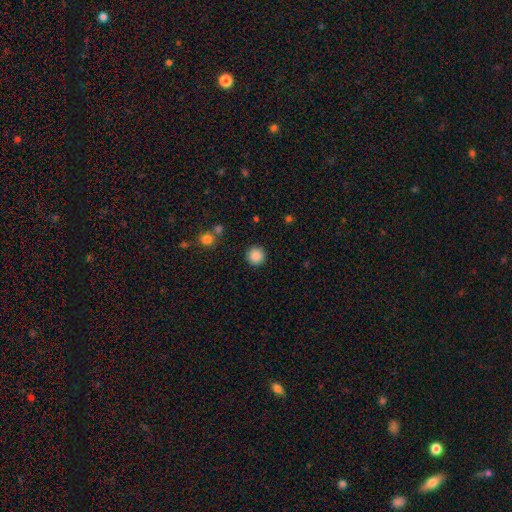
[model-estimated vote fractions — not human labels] Smooth or featured?
  - smooth: 87% *
  - star or artifact: 9%
  - featured or disk: 3%
How rounded?
  - round: 95% *
  - in between: 4%
  - cigar-shaped: 1%
Merging?
  - none: 91% *
  - minor disturbance: 5%
  - major disturbance: 2%
  - merger: 2%